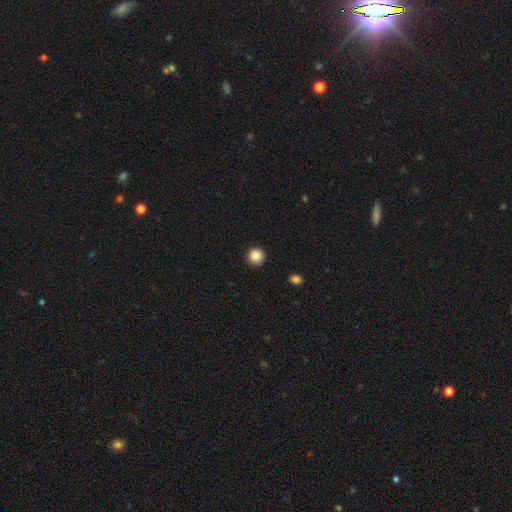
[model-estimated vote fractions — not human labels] A smooth galaxy with no disk features (87%) that is round (96%). Merging: none (93%).